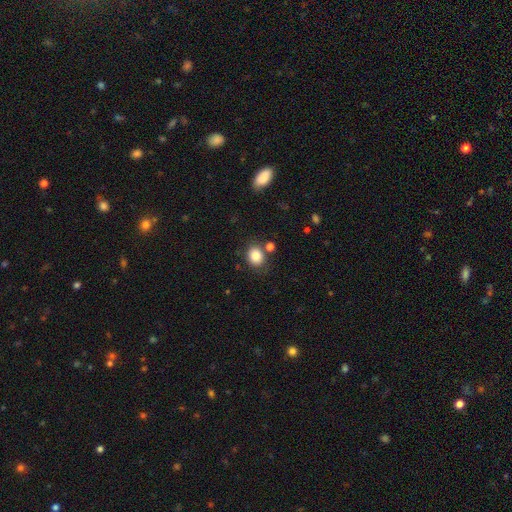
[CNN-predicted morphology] A smooth galaxy with no disk features (84%) that is round (61%). Merging: none (76%).